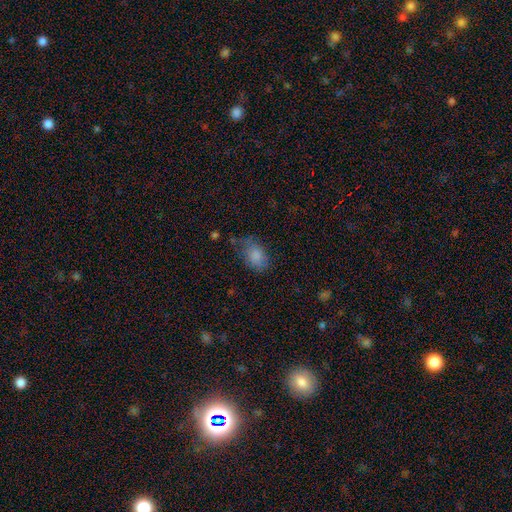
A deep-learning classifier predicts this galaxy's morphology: Overall: smooth (82%). How rounded: in between (80%). Merging: none (53%; minor disturbance 31%).